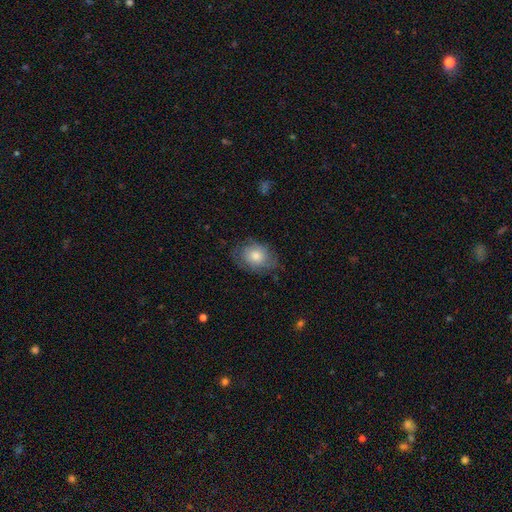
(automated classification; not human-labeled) Smooth or featured? smooth (61%)
How rounded? in between (68%)
Merging? none (71%)